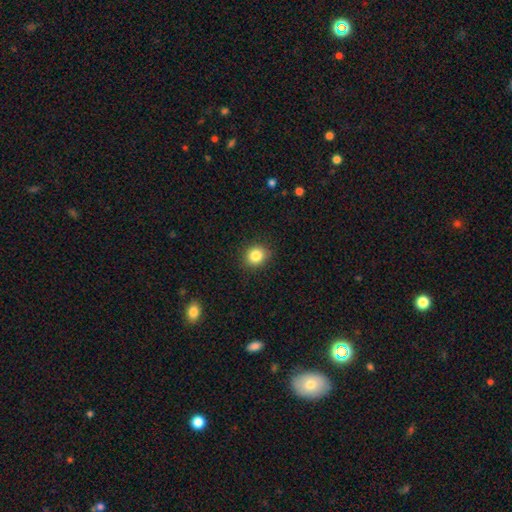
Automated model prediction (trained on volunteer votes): smooth_or_featured: smooth (p=0.84) [alt: star or artifact p=0.10]
how_rounded: round (p=0.75) [alt: in between p=0.24]
merging: none (p=0.89) [alt: minor disturbance p=0.08]